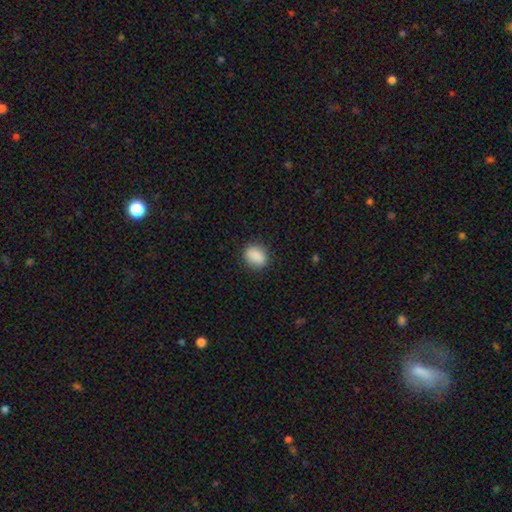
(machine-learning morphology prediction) type=smooth (88%); roundness=in between (58%); merging=none (86%).